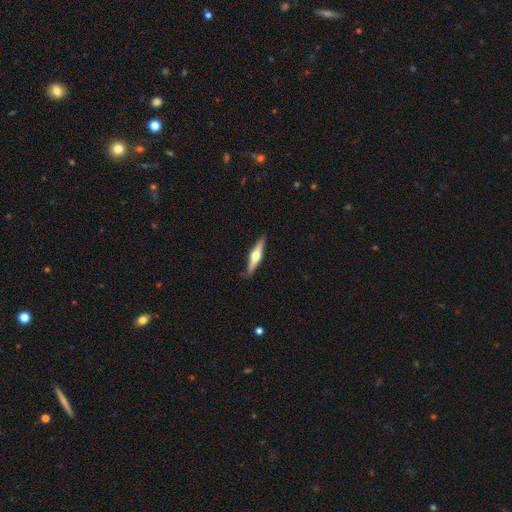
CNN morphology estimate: A featured or disk galaxy (63%) viewed edge-on (96%) with a rounded central bulge (94%).

Vote fractions:
- Smooth or featured? featured or disk: 63% / smooth: 32% / star or artifact: 5%
- Edge-on disk? yes: 96% / no: 4%
- Edge-on bulge? rounded: 94% / boxy: 3% / none: 2%
- Merging? none: 88% / minor disturbance: 9% / major disturbance: 2% / merger: 1%